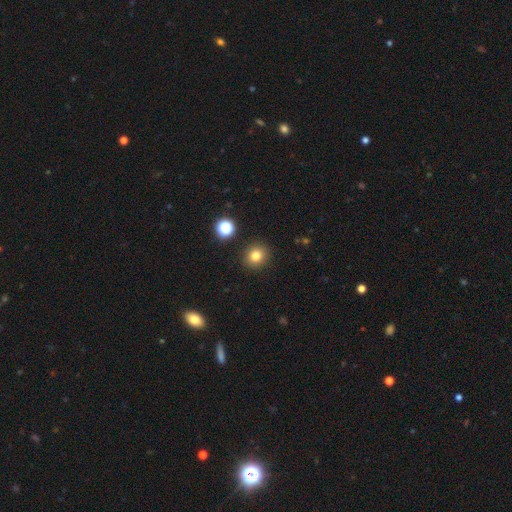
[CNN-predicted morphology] A smooth galaxy with no disk features (80%) that is round (81%).

Vote fractions:
- Smooth or featured? smooth: 80% / star or artifact: 13% / featured or disk: 7%
- How rounded? round: 81% / in between: 18% / cigar-shaped: 1%
- Merging? none: 89% / minor disturbance: 6% / major disturbance: 2% / merger: 2%